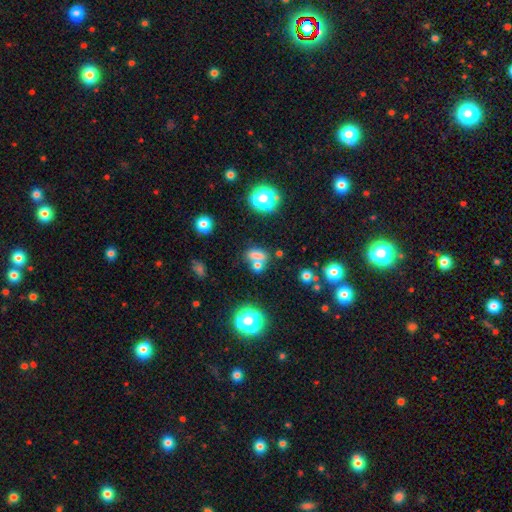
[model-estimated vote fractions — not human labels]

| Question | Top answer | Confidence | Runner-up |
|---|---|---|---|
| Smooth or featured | smooth | 68% | star or artifact (20%) |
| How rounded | in between | 65% | round (27%) |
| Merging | merger | 43% | none (42%) |